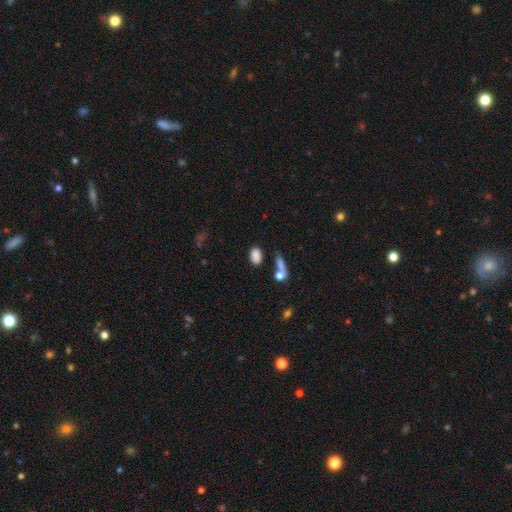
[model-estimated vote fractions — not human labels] The model was most divided on "merging": none: 66%, merger: 16%, minor disturbance: 13%, major disturbance: 6%. More confident: how rounded — in between (87%); smooth or featured — smooth (84%).